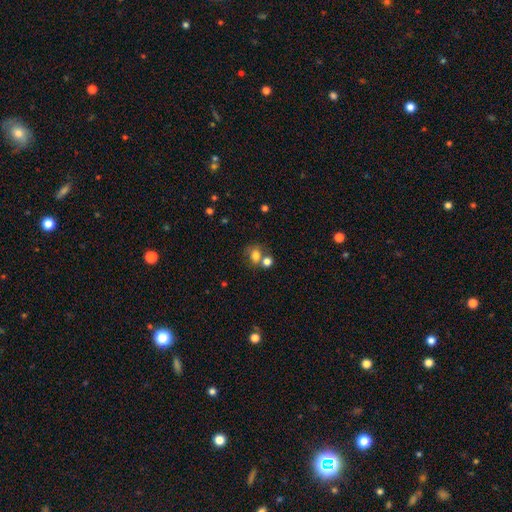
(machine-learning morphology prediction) Overall: smooth (76%). How rounded: round (62%; in between 37%). Merging: none (47%; merger 34%).